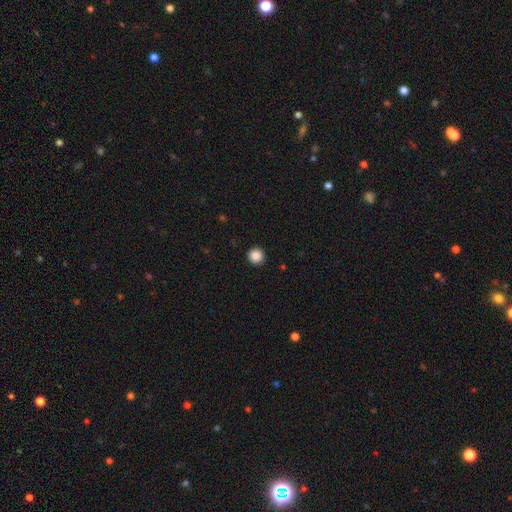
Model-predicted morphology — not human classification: smooth-or-featured: smooth: 88% | star or artifact: 10% | featured or disk: 2%
  how-rounded: round: 96% | in between: 3% | cigar-shaped: 1%
  merging: none: 93% | minor disturbance: 4% | major disturbance: 1% | merger: 1%